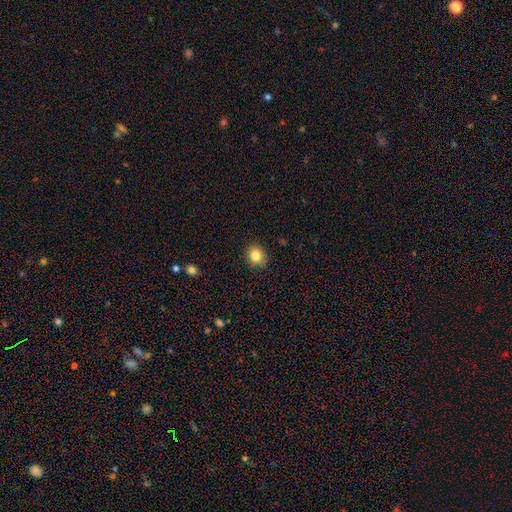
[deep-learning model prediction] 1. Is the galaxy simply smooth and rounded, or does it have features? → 83% smooth, 11% star or artifact, 6% featured or disk.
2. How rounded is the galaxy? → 75% round, 25% in between, 1% cigar-shaped.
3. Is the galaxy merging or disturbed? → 88% none, 9% minor disturbance, 2% major disturbance, 1% merger.